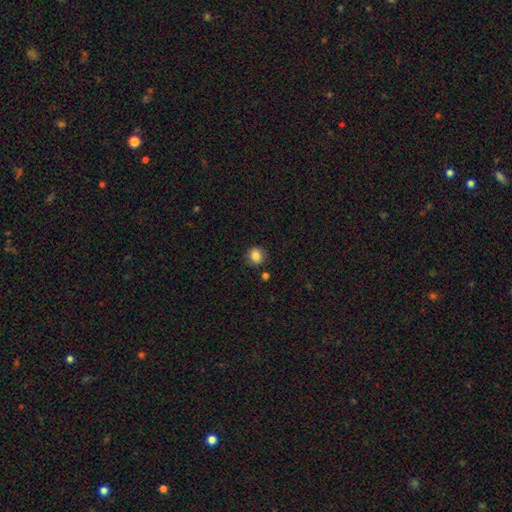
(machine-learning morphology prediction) A smooth galaxy with no disk features (85%) that is round (82%).

Vote fractions:
- Smooth or featured? smooth: 85% / star or artifact: 10% / featured or disk: 5%
- How rounded? round: 82% / in between: 17% / cigar-shaped: 1%
- Merging? none: 86% / minor disturbance: 9% / merger: 3% / major disturbance: 2%